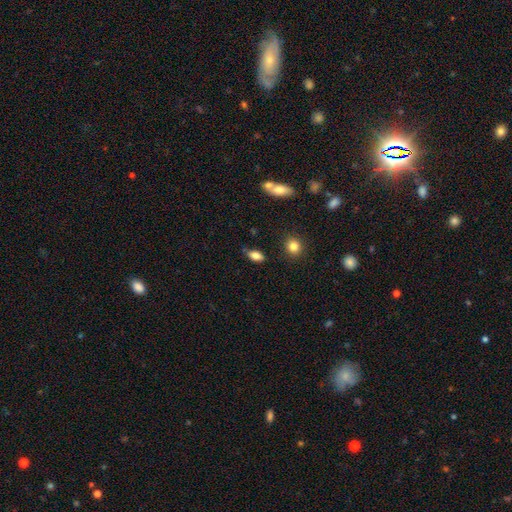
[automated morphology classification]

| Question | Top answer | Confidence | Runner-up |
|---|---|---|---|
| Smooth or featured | smooth | 81% | featured or disk (10%) |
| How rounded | in between | 87% | cigar-shaped (7%) |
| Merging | none | 77% | minor disturbance (15%) |